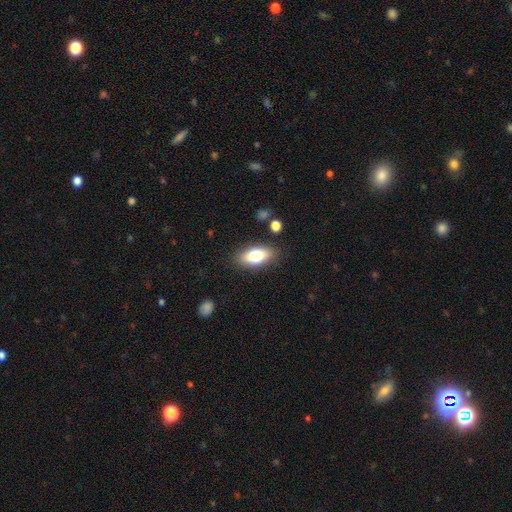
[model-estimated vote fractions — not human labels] Overall: smooth (75%). How rounded: in between (83%). Merging: none (84%).